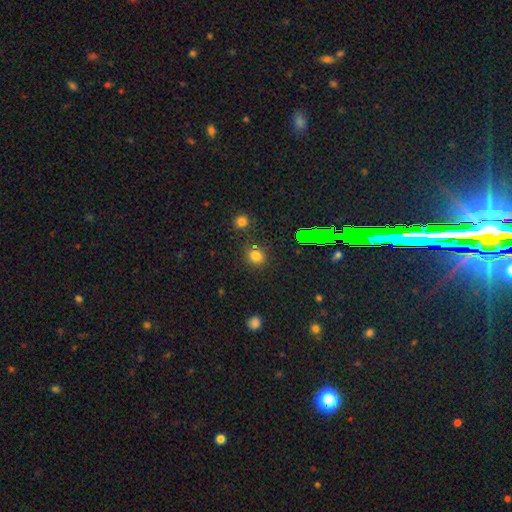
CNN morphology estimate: Smooth or featured? smooth (73%)
How rounded? round (84%)
Merging? none (82%)